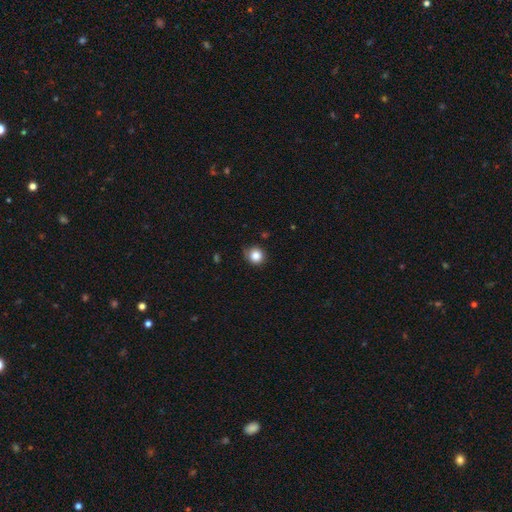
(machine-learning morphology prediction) Smooth or featured? smooth (85%)
How rounded? round (90%)
Merging? none (77%)